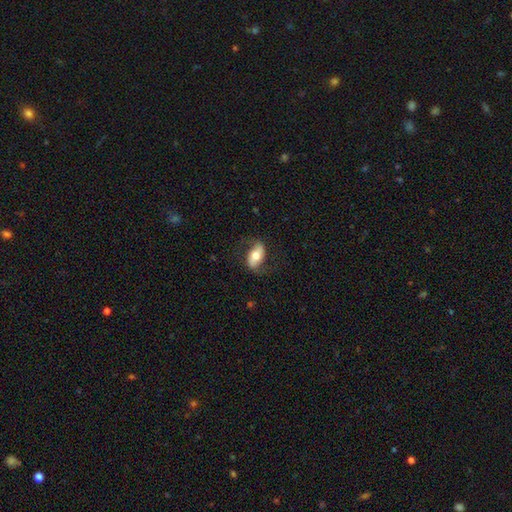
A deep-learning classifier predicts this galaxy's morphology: Smooth or featured: smooth — 50% (featured or disk — 43%)
How rounded: in between — 89% (cigar-shaped — 6%)
Merging: none — 72% (minor disturbance — 18%)